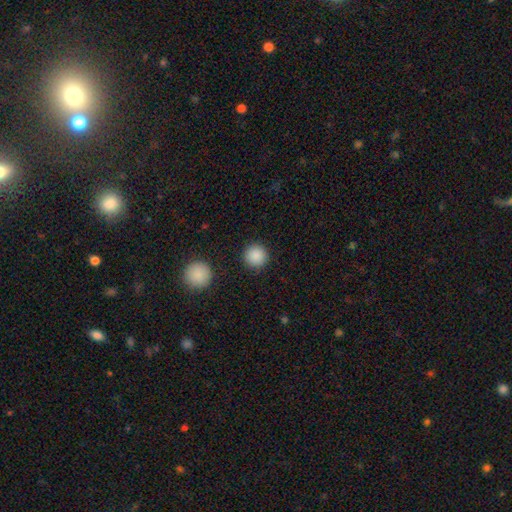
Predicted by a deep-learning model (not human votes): This is clearly a smooth galaxy (88%). How rounded: clearly round (96%). Merging: clearly none (91%).